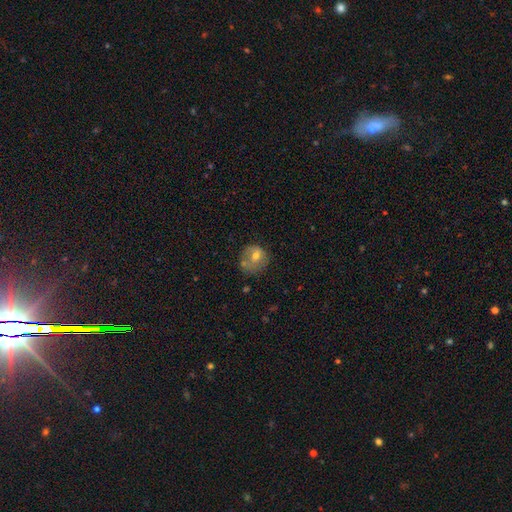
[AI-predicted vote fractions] This appears to be a smooth galaxy with no disk features (64%) that is round (77%). Merging: none (48%).